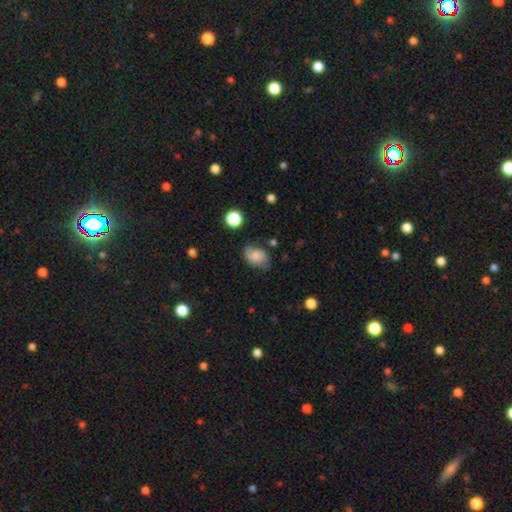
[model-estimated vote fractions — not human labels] smooth 70%, featured or disk 20%, star or artifact 10%. Down the decision tree: how rounded — in between (74%); merging — none (61%).